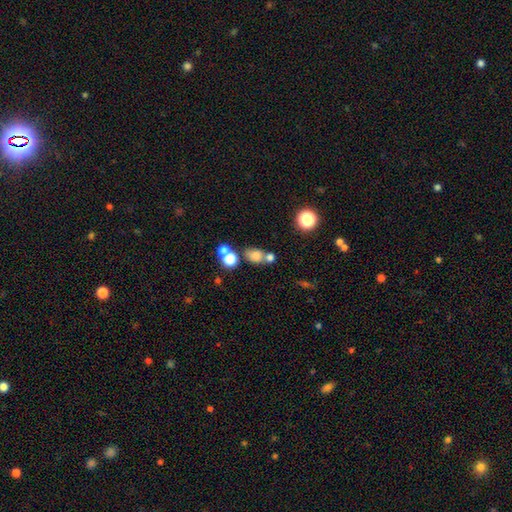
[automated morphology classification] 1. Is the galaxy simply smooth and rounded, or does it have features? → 72% smooth, 16% star or artifact, 13% featured or disk.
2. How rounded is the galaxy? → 54% in between, 43% round, 2% cigar-shaped.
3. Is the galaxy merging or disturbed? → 44% none, 38% merger, 12% minor disturbance, 6% major disturbance.